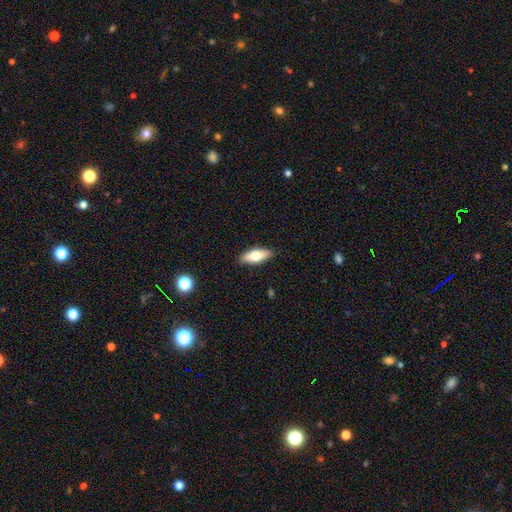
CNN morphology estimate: Smooth or featured? Predicted: smooth (p=0.68). How rounded? Predicted: in between (p=0.72). Merging? Predicted: none (p=0.88).